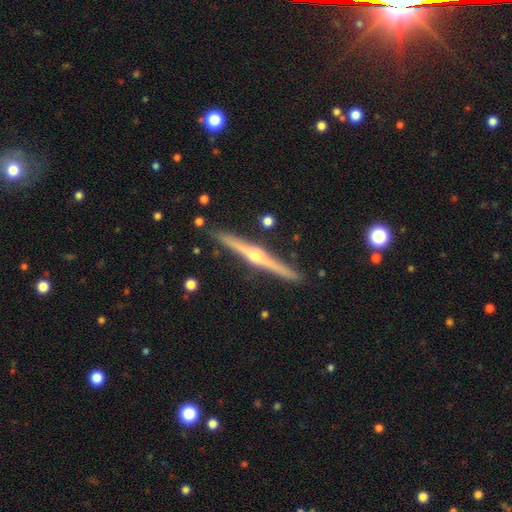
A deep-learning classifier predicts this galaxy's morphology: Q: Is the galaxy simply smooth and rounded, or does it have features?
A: featured or disk — 84%.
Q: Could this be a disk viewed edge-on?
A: yes — 99%.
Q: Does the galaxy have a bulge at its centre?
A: rounded — 92%.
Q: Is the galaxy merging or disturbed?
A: none — 91%.